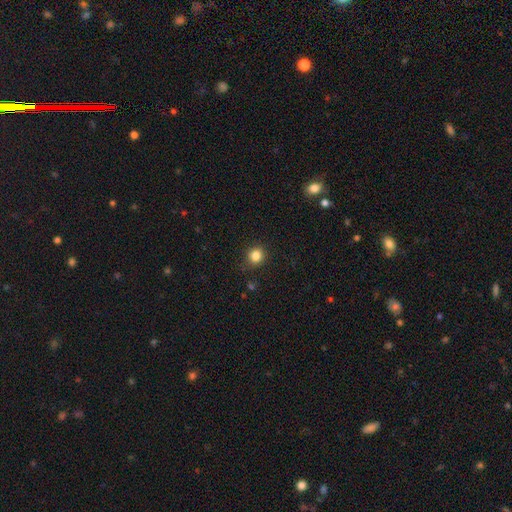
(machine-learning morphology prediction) A smooth galaxy with no disk features (84%) that is round (83%). Merging: none (86%).